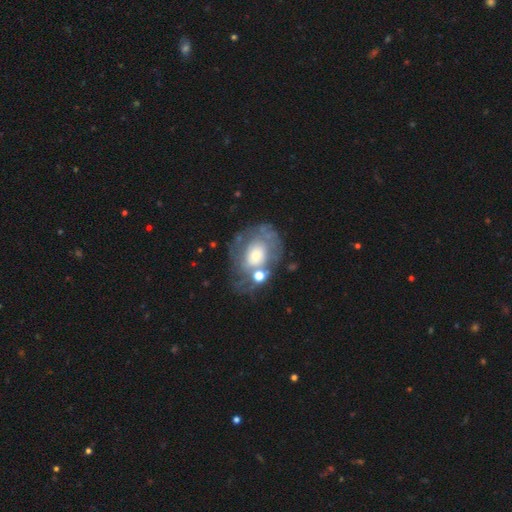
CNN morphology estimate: smooth-or-featured: featured or disk: 62% | smooth: 29% | star or artifact: 9%
  disk-edge-on: no: 96% | yes: 4%
    bar: no: 83% | weak: 14% | strong: 3%
    has-spiral-arms: yes: 54% | no: 46%
    bulge-size: moderate: 39% | small: 37% | large: 17% | dominant: 3% | none: 3%
  merging: none: 52% | minor disturbance: 20% | major disturbance: 15% | merger: 13%